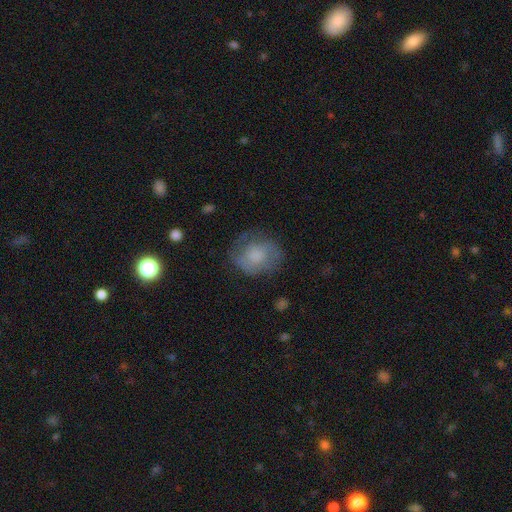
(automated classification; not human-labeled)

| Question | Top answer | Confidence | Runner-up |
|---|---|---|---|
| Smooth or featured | smooth | 57% | featured or disk (34%) |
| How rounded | round | 64% | in between (35%) |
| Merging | none | 61% | minor disturbance (23%) |